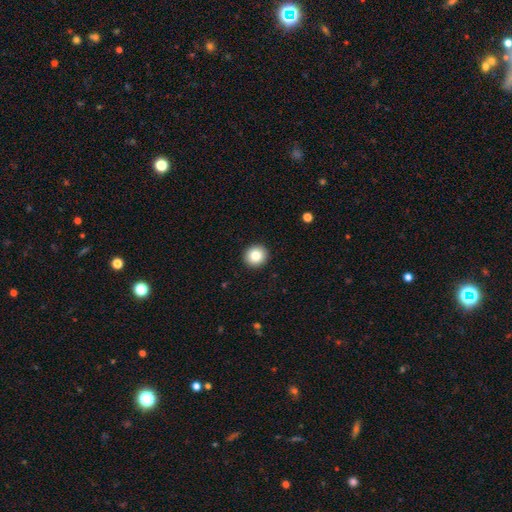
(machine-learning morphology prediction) This is clearly a smooth galaxy (84%). How rounded: clearly round (92%). Merging: clearly none (93%).